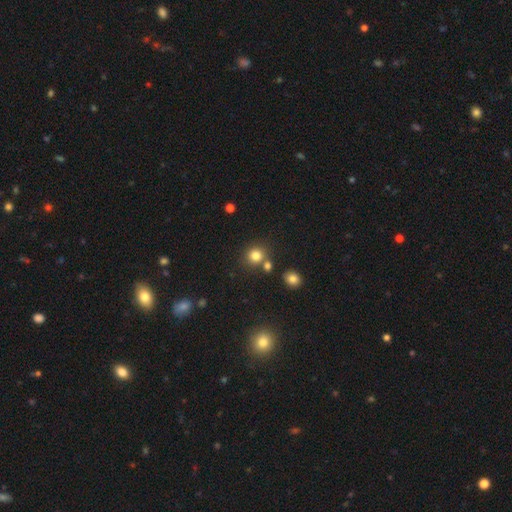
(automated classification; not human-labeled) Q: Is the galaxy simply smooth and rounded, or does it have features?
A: smooth — 80%.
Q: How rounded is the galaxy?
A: round — 86%.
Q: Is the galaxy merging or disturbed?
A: none — 71%.